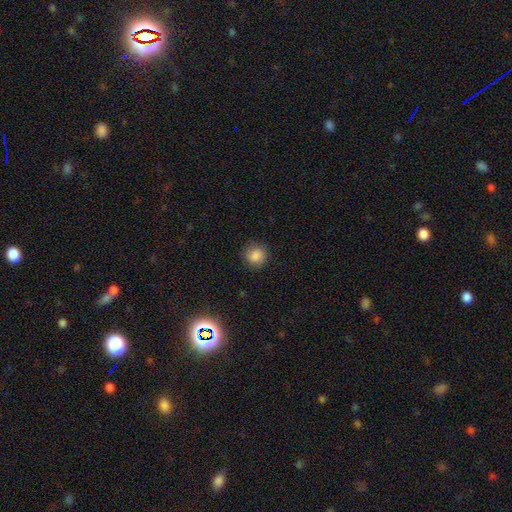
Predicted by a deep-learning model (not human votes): smooth-or-featured: smooth: 84% | star or artifact: 11% | featured or disk: 5%
  how-rounded: round: 88% | in between: 11% | cigar-shaped: 1%
  merging: none: 84% | minor disturbance: 12% | major disturbance: 3% | merger: 1%